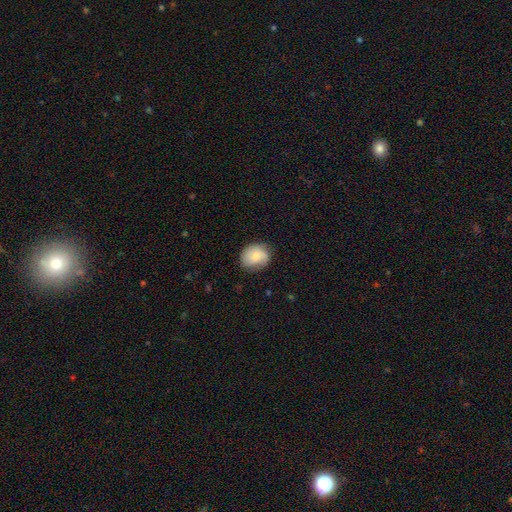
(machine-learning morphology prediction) Smooth or featured? smooth (66%)
How rounded? round (68%)
Merging? none (72%)